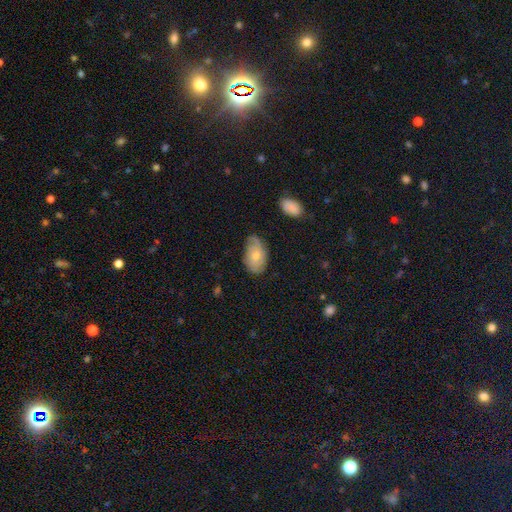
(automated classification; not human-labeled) Overall: smooth (54%; featured or disk 39%). How rounded: in between (92%). Merging: none (62%; minor disturbance 29%).